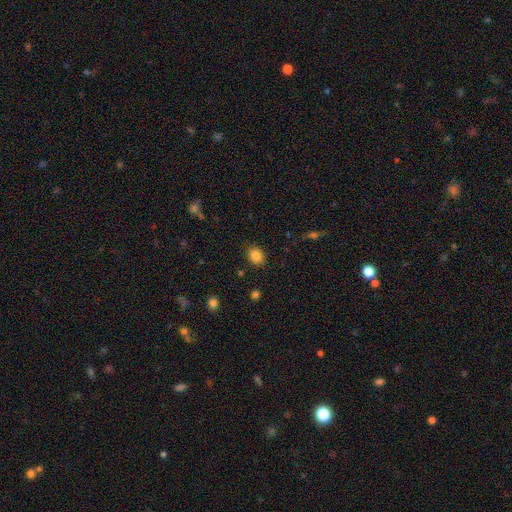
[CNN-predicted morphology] This is clearly a smooth galaxy (84%). How rounded: possibly round (58%). Merging: clearly none (87%).